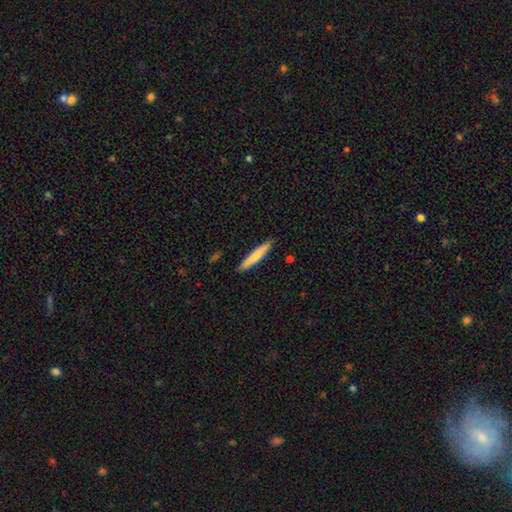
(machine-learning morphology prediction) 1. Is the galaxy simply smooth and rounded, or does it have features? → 74% smooth, 21% featured or disk, 5% star or artifact.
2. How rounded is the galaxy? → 94% cigar-shaped, 5% in between, 1% round.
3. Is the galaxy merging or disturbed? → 91% none, 7% minor disturbance, 1% major disturbance, 1% merger.